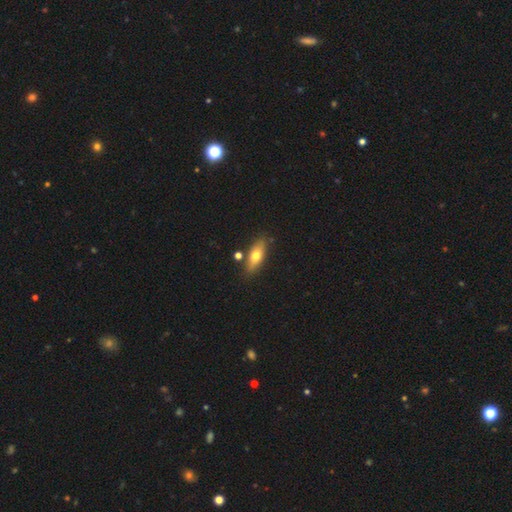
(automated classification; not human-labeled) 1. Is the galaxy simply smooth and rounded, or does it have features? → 61% smooth, 32% featured or disk, 7% star or artifact.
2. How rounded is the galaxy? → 63% in between, 33% cigar-shaped, 4% round.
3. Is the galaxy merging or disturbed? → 80% none, 12% minor disturbance, 6% merger, 3% major disturbance.